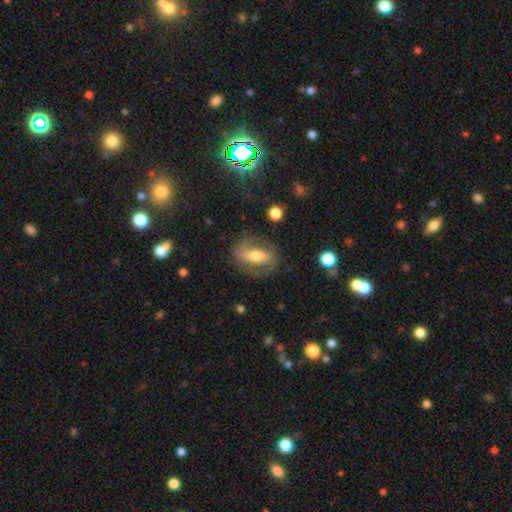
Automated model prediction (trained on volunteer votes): featured or disk 70%, smooth 23%, star or artifact 7%. Down the decision tree: edge-on disk — no (89%); bar — strong (54%); spiral arms — yes (78%); bulge size — moderate (60%); merging — none (73%).